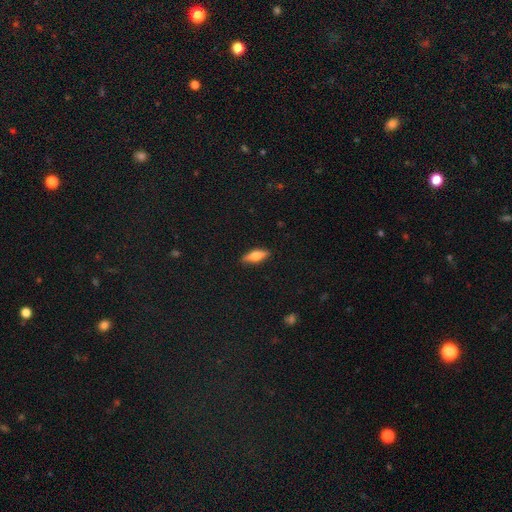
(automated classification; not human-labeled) This is possibly a smooth galaxy (59%). How rounded: possibly in between (56%). Merging: clearly none (88%).